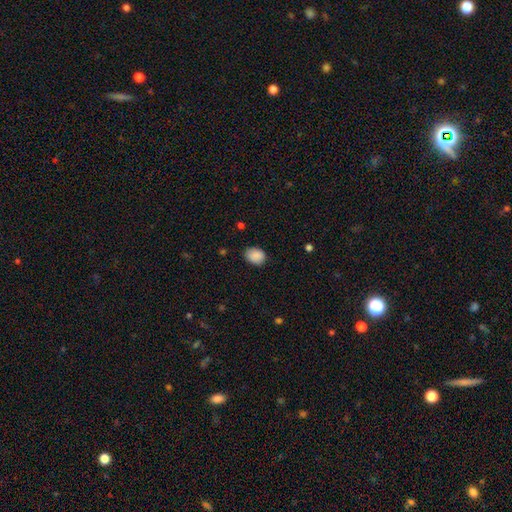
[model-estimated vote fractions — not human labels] A smooth galaxy with no disk features (89%) that is in between round and cigar-shaped (62%). Merging: none (81%).